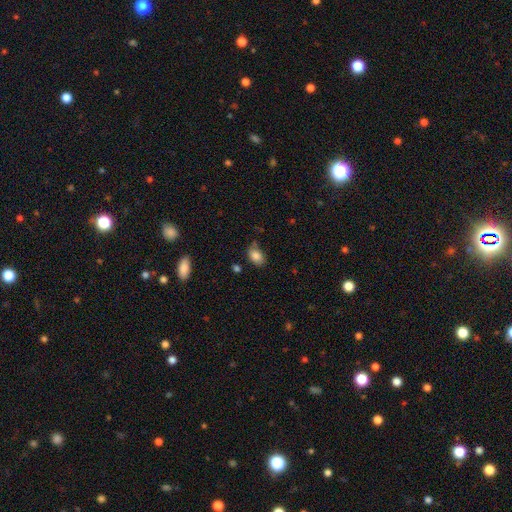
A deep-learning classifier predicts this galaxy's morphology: Overall: smooth (85%). How rounded: in between (83%). Merging: none (67%).